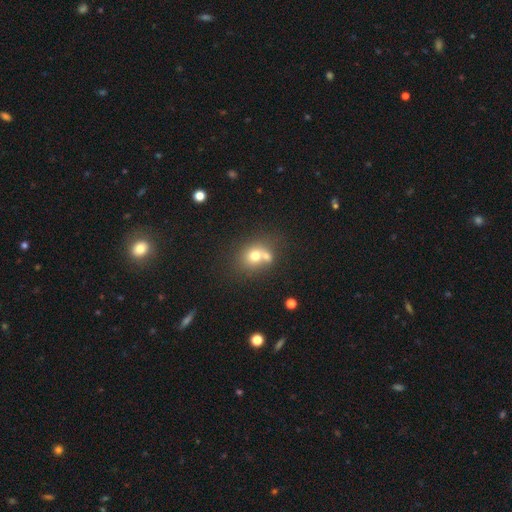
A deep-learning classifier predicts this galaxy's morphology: Smooth or featured? Predicted: smooth (p=0.69). How rounded? Predicted: round (p=0.70). Merging? Predicted: merger (p=0.48).